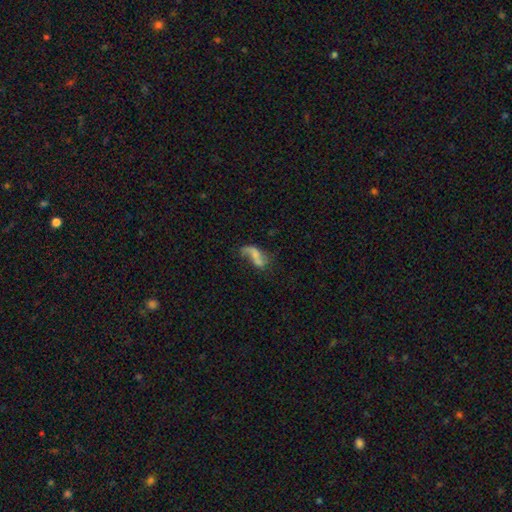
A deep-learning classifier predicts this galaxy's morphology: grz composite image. It shows a featured or disk galaxy (57%) with no bar (60%), spiral arms (70%) and no central bulge (48%). Merging: none (33%).